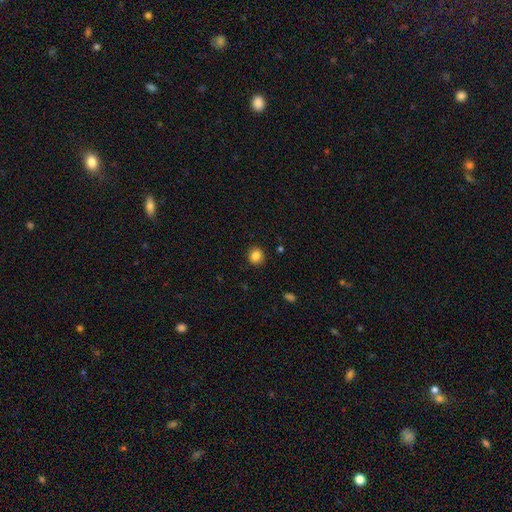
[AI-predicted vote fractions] Smooth or featured? Predicted: smooth (p=0.85). How rounded? Predicted: round (p=0.85). Merging? Predicted: none (p=0.91).